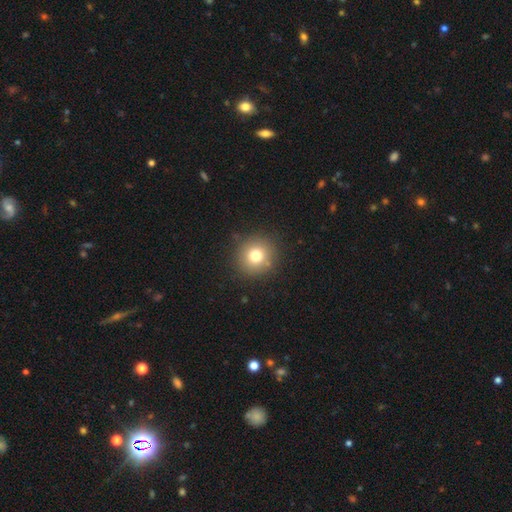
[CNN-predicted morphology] Overall: smooth (77%). How rounded: round (91%). Merging: none (88%).